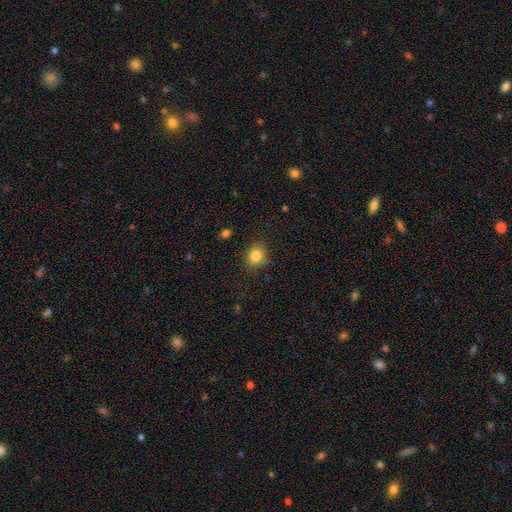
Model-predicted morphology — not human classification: smooth_or_featured: smooth (p=0.83) [alt: star or artifact p=0.11]
how_rounded: round (p=0.61) [alt: in between p=0.38]
merging: none (p=0.83) [alt: minor disturbance p=0.12]